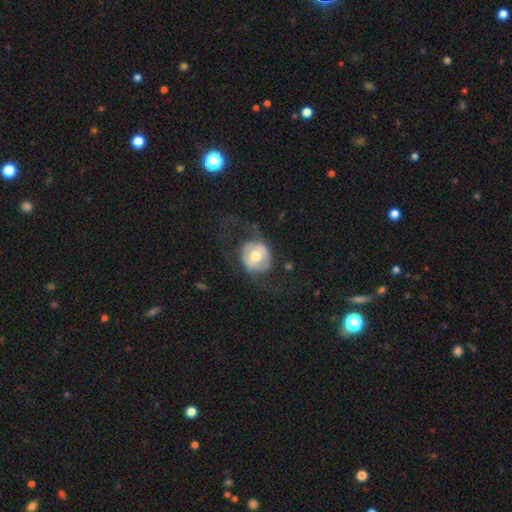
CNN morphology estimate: Overall: featured or disk (50%; smooth 44%). Merging: none (47%; major disturbance 34%).